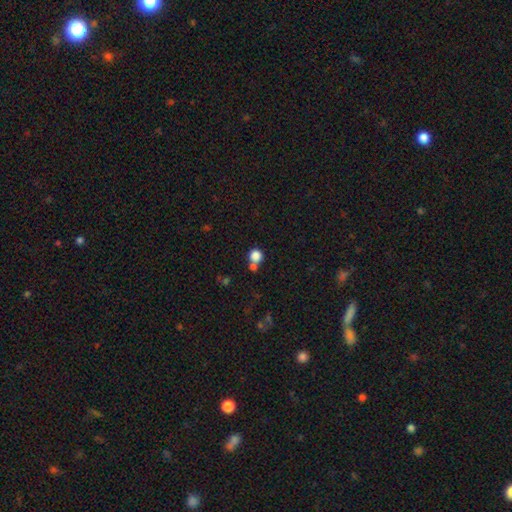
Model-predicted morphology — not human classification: Smooth or featured? Predicted: smooth (p=0.84). How rounded? Predicted: round (p=0.90). Merging? Predicted: none (p=0.56).